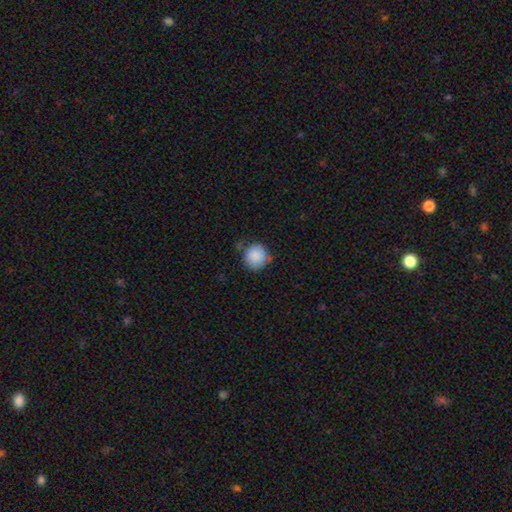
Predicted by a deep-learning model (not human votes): smooth 88%, star or artifact 7%, featured or disk 4%. Down the decision tree: how rounded — round (91%); merging — none (73%).